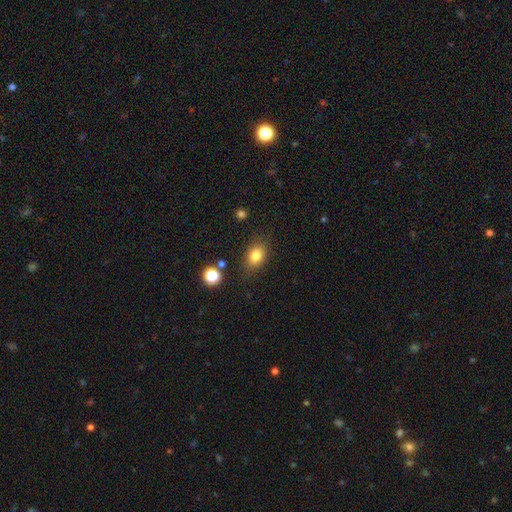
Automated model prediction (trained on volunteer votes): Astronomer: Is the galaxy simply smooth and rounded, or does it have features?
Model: smooth — 81%.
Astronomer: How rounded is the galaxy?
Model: in between — 74%.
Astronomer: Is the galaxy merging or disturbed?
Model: none — 79%.